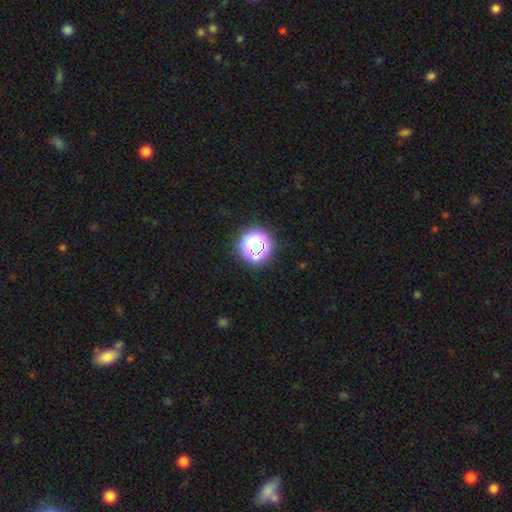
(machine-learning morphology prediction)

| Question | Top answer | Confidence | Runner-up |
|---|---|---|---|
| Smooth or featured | star or artifact | 58% | smooth (32%) |